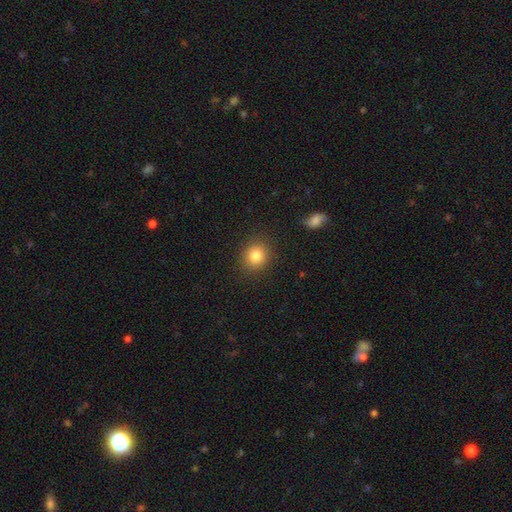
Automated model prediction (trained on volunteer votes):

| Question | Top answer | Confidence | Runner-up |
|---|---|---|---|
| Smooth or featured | smooth | 83% | star or artifact (11%) |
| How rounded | round | 81% | in between (18%) |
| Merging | none | 89% | minor disturbance (7%) |